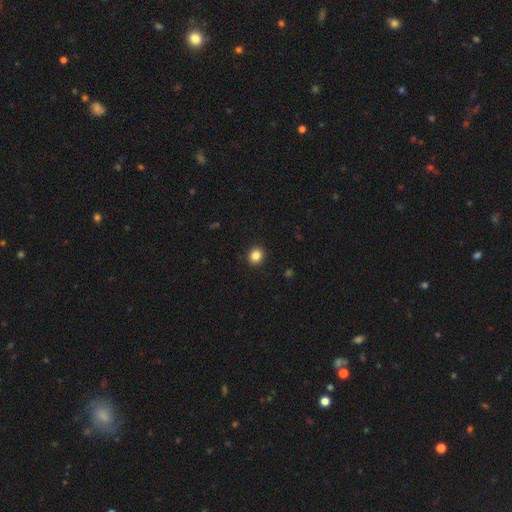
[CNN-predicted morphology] Q: Smooth or featured?
A: smooth (85%); runner-up: star or artifact (11%)
Q: How rounded?
A: round (81%); runner-up: in between (18%)
Q: Merging?
A: none (92%); runner-up: minor disturbance (5%)